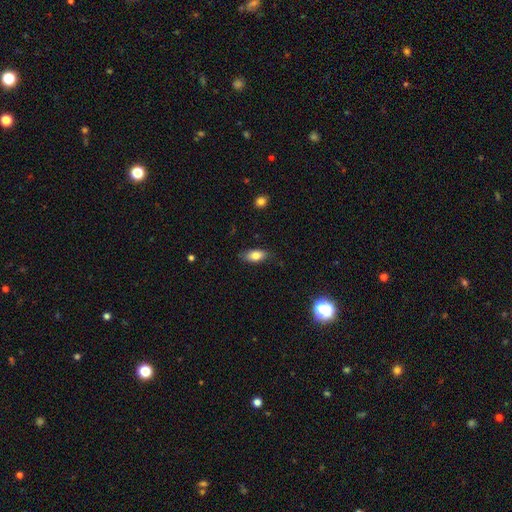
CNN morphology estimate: type=smooth (81%); roundness=in between (89%); merging=none (79%).